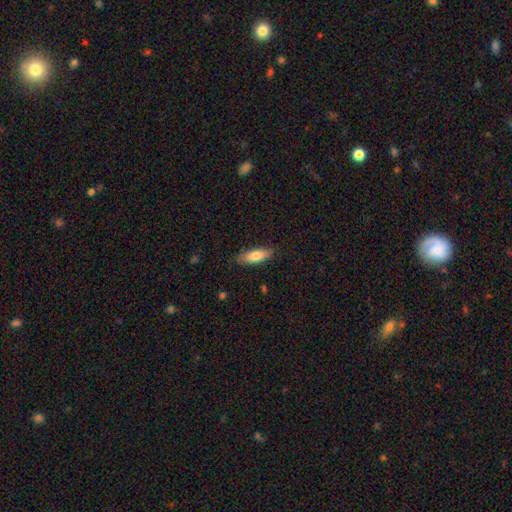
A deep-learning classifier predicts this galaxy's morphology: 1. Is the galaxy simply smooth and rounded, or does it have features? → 79% smooth, 15% featured or disk, 6% star or artifact.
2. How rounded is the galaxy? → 61% in between, 37% cigar-shaped, 2% round.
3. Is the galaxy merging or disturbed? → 84% none, 12% minor disturbance, 2% major disturbance, 1% merger.